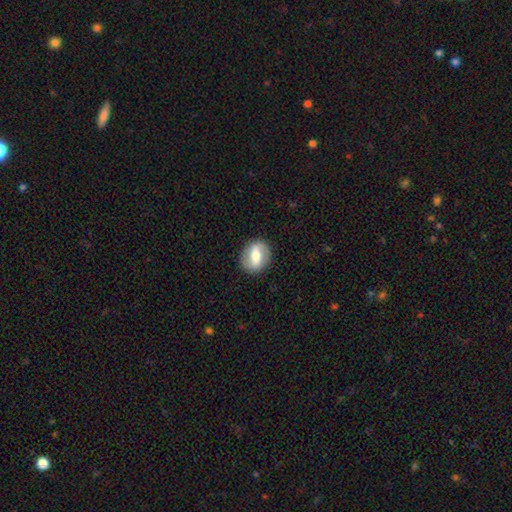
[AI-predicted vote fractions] Smooth or featured?
  - featured or disk: 60% *
  - smooth: 34%
  - star or artifact: 6%
Edge-on disk?
  - no: 94% *
  - yes: 6%
Bar?
  - strong: 47% *
  - weak: 35%
  - no: 18%
Spiral arms?
  - yes: 68% *
  - no: 32%
Bulge size?
  - moderate: 64% *
  - small: 18%
  - large: 14%
  - dominant: 2%
  - none: 2%
Merging?
  - none: 87% *
  - minor disturbance: 9%
  - major disturbance: 3%
  - merger: 1%